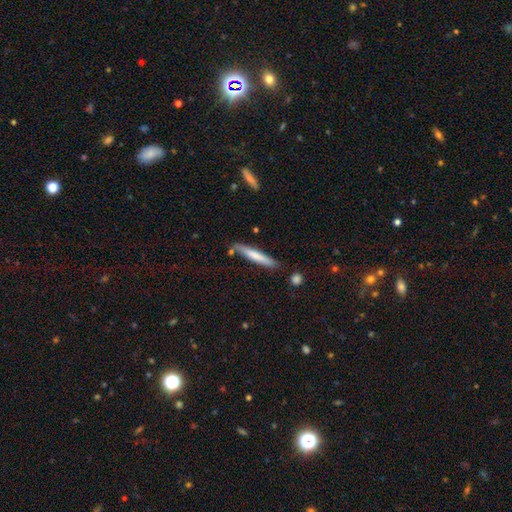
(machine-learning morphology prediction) A smooth galaxy with no disk features (67%) that is cigar-shaped (94%).

Vote fractions:
- Smooth or featured? smooth: 67% / featured or disk: 28% / star or artifact: 5%
- How rounded? cigar-shaped: 94% / in between: 5% / round: 1%
- Merging? none: 81% / minor disturbance: 12% / merger: 4% / major disturbance: 2%